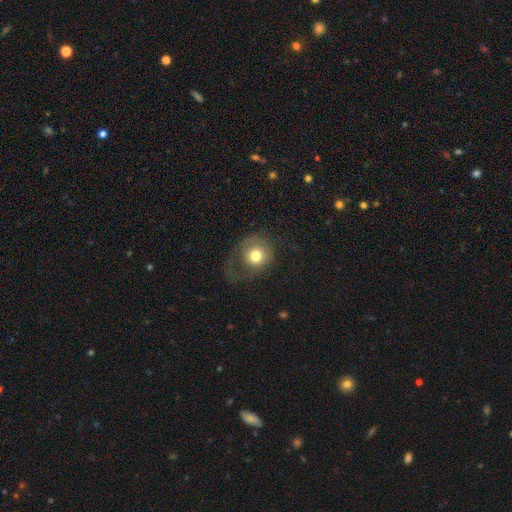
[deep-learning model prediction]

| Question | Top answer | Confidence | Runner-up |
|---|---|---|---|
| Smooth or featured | smooth | 69% | featured or disk (21%) |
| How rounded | round | 81% | in between (18%) |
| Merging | major disturbance | 42% | none (35%) |